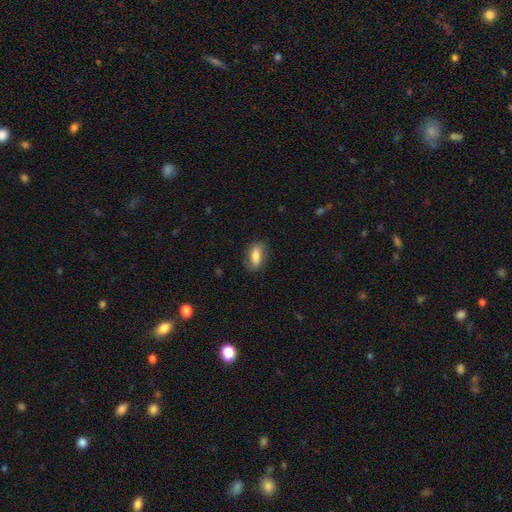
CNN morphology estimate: A smooth galaxy with no disk features (67%) that is in between round and cigar-shaped (78%).

Vote fractions:
- Smooth or featured? smooth: 67% / featured or disk: 25% / star or artifact: 7%
- How rounded? in between: 78% / cigar-shaped: 17% / round: 5%
- Merging? none: 75% / minor disturbance: 18% / major disturbance: 6% / merger: 1%